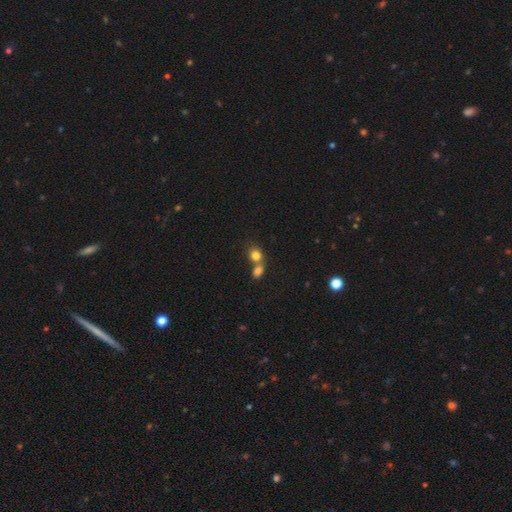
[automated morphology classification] smooth 80%, star or artifact 11%, featured or disk 10%. Down the decision tree: how rounded — round (66%); merging — merger (59%).